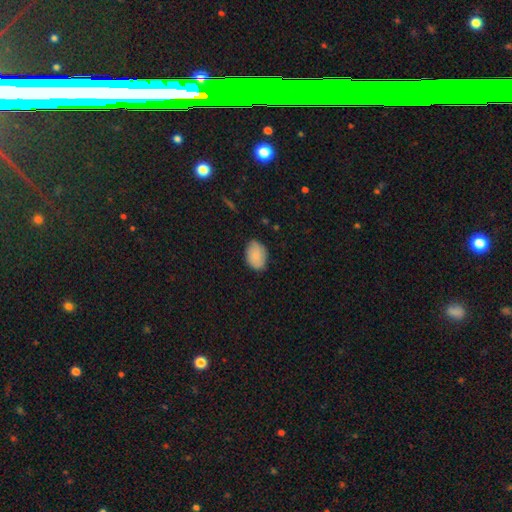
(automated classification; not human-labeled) A smooth galaxy with no disk features (80%) that is in between round and cigar-shaped (77%). Merging: none (75%).